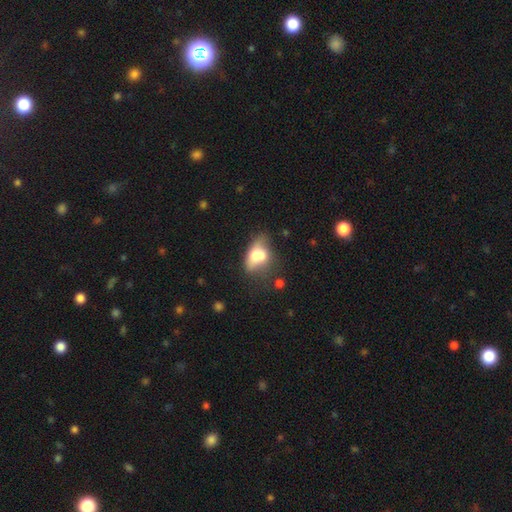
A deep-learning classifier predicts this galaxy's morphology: This appears to be a smooth galaxy with no disk features (59%) that is in between round and cigar-shaped (75%). Merging: merger (45%).